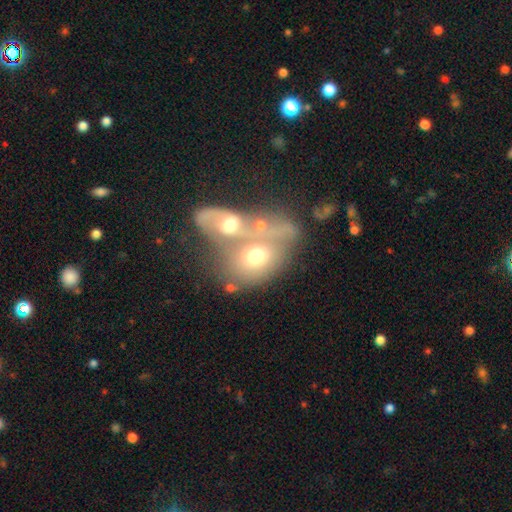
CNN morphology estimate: smooth-or-featured: smooth: 52% | featured or disk: 39% | star or artifact: 10%
  how-rounded: in between: 67% | round: 31% | cigar-shaped: 2%
  merging: merger: 70% | none: 14% | major disturbance: 9% | minor disturbance: 7%